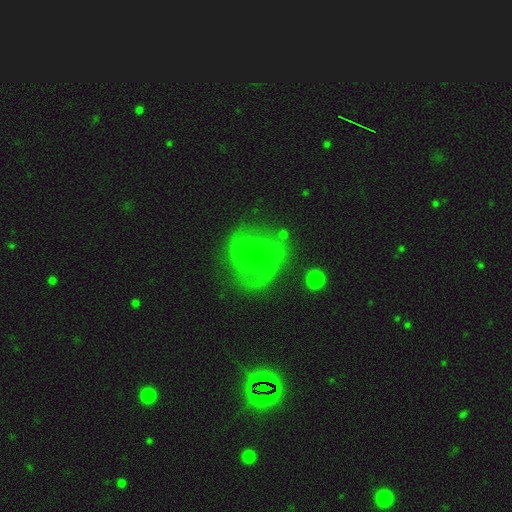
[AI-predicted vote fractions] A featured or disk galaxy (65%) with a weak bar (43%), spiral arms (70%) and a small central bulge (67%).

Vote fractions:
- Smooth or featured? featured or disk: 65% / smooth: 27% / star or artifact: 9%
- Edge-on disk? no: 96% / yes: 4%
- Bar? weak: 43% / no: 33% / strong: 25%
- Spiral arms? yes: 70% / no: 30%
- Bulge size? small: 67% / moderate: 28% / none: 2% / large: 1% / dominant: 1%
- Merging? none: 63% / minor disturbance: 20% / major disturbance: 14% / merger: 3%